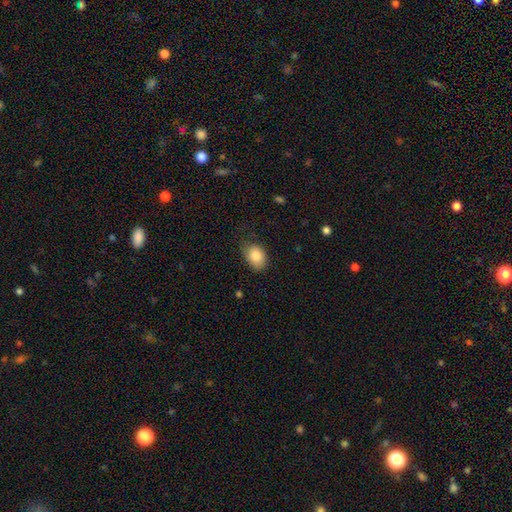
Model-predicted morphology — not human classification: Overall: smooth (86%). How rounded: in between (79%). Merging: none (67%).